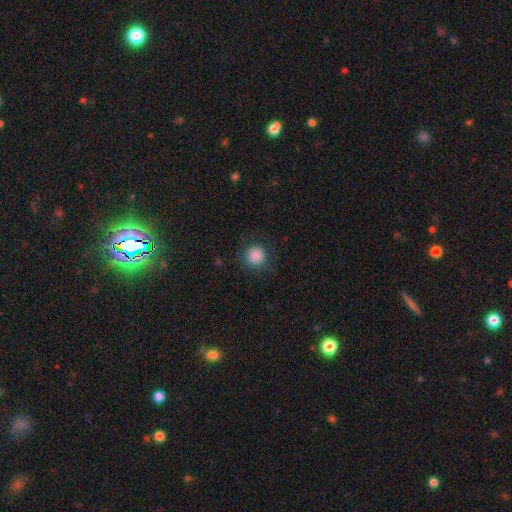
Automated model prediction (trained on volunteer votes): This appears to be a smooth galaxy with no disk features (87%) that is round (94%). Merging: none (89%).